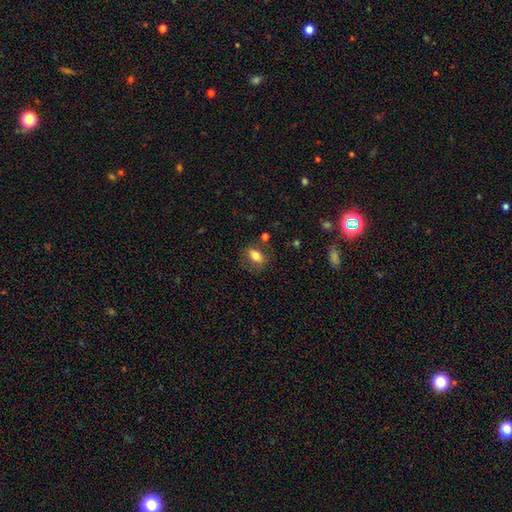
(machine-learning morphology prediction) A smooth galaxy with no disk features (74%) that is in between round and cigar-shaped (79%). Merging: none (72%).